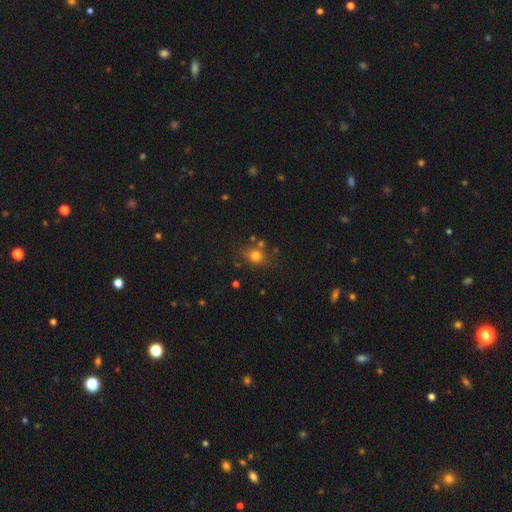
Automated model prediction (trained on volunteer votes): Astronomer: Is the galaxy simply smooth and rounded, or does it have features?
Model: smooth — 75%.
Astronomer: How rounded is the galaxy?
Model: round — 52% (runner-up: in between, 46%).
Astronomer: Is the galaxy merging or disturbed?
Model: none — 72%.